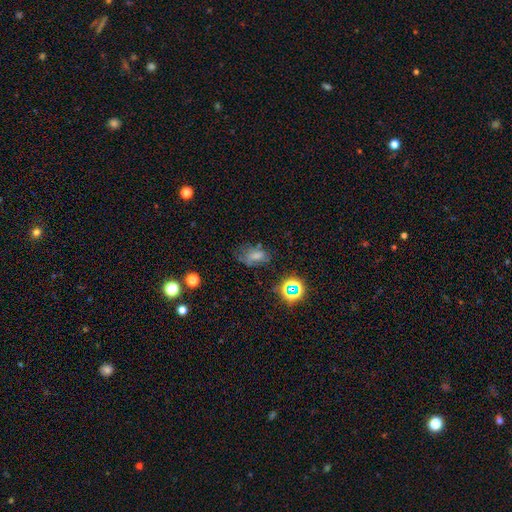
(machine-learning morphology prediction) Overall: smooth (59%; star or artifact 22%). How rounded: in between (83%). Merging: none (47%; minor disturbance 30%).